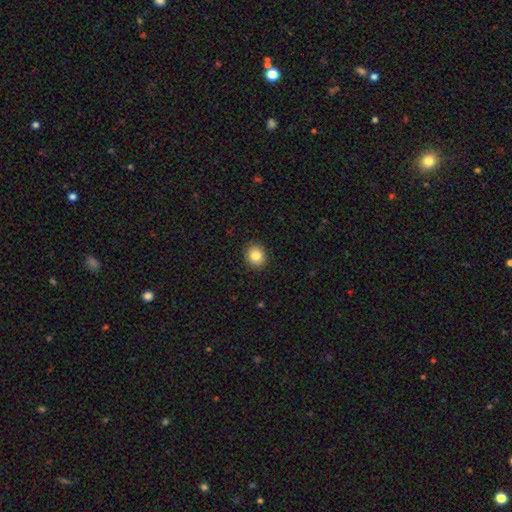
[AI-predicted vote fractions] Q: Smooth or featured?
A: smooth (84%); runner-up: star or artifact (9%)
Q: How rounded?
A: round (75%); runner-up: in between (24%)
Q: Merging?
A: none (91%); runner-up: minor disturbance (6%)